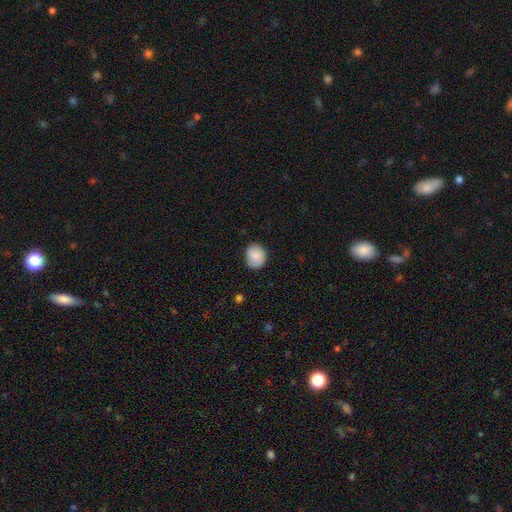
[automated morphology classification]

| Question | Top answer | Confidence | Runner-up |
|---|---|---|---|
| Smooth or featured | smooth | 86% | star or artifact (7%) |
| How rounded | round | 68% | in between (31%) |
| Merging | none | 80% | minor disturbance (16%) |